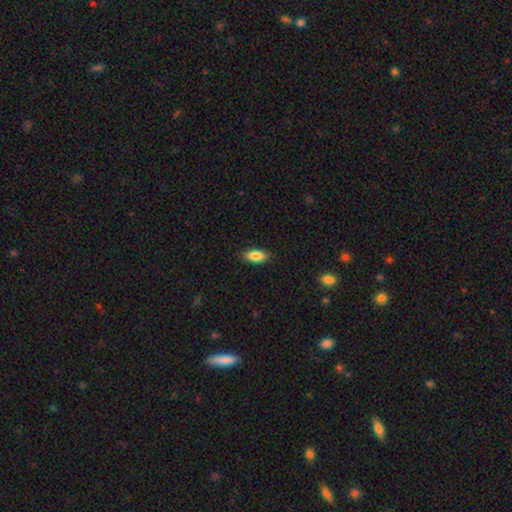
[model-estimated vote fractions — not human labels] Smooth or featured?
  - smooth: 84% *
  - featured or disk: 9%
  - star or artifact: 7%
How rounded?
  - in between: 83% *
  - cigar-shaped: 15%
  - round: 2%
Merging?
  - none: 87% *
  - minor disturbance: 10%
  - major disturbance: 2%
  - merger: 1%